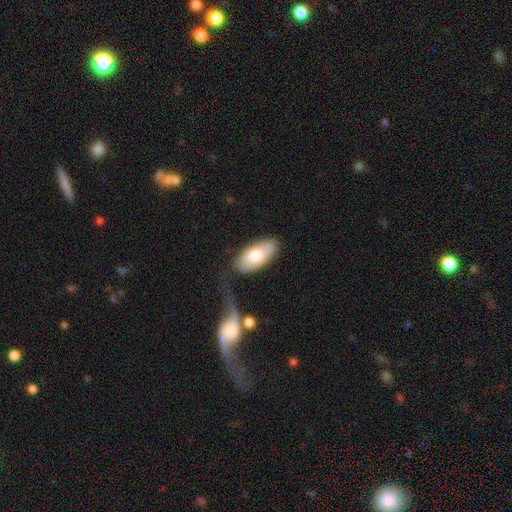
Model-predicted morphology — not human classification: smooth-or-featured: smooth: 78% | featured or disk: 17% | star or artifact: 5%
  how-rounded: in between: 91% | cigar-shaped: 6% | round: 2%
  merging: none: 63% | minor disturbance: 21% | merger: 8% | major disturbance: 8%